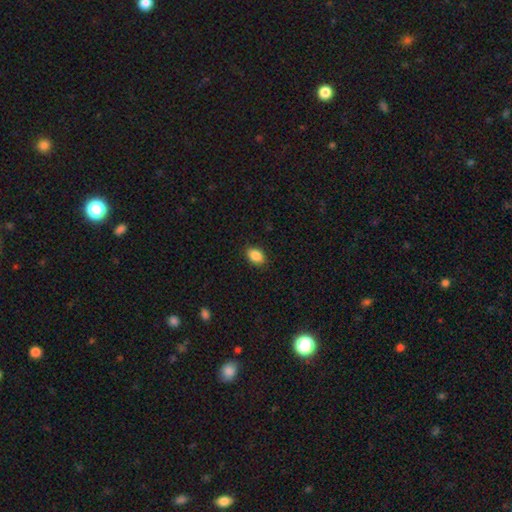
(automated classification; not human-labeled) This appears to be a smooth galaxy with no disk features (87%) that is in between round and cigar-shaped (80%). Merging: none (87%).